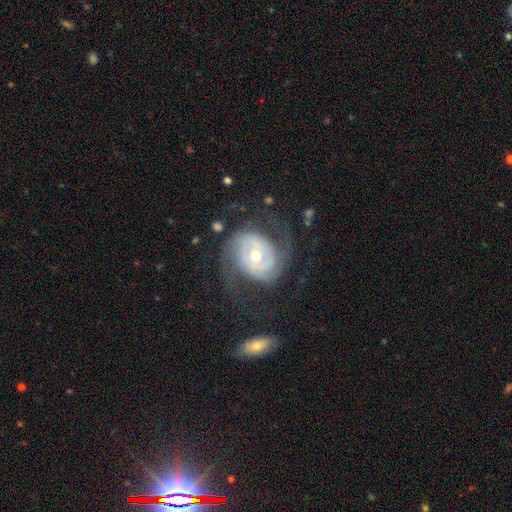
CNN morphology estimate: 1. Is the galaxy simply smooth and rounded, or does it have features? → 87% featured or disk, 8% smooth, 5% star or artifact.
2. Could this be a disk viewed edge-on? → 97% no, 3% yes.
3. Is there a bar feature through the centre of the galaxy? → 58% no, 31% weak, 11% strong.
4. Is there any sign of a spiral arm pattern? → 95% yes, 5% no.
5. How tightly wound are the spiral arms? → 48% tight, 37% medium, 16% loose.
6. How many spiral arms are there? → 65% 2, 13% can't tell, 12% 3, 4% 1, 3% 4, 3% more than 4.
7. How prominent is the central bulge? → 60% moderate, 35% small, 3% large, 1% dominant, 1% none.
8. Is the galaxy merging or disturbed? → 65% none, 17% major disturbance, 17% minor disturbance, 2% merger.